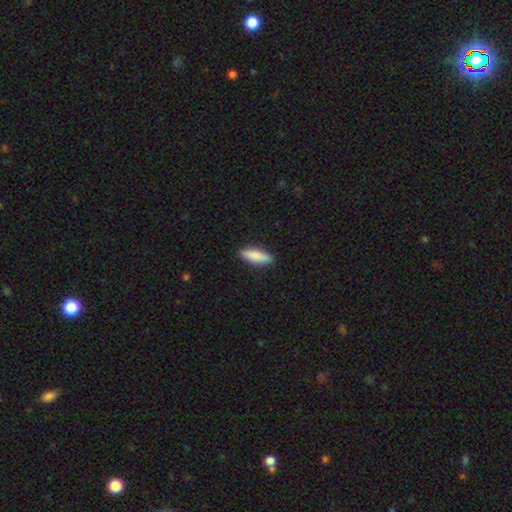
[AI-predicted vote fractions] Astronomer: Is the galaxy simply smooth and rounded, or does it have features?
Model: smooth — 79%.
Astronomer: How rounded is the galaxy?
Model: cigar-shaped — 60% (runner-up: in between, 38%).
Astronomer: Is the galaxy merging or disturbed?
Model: none — 89%.